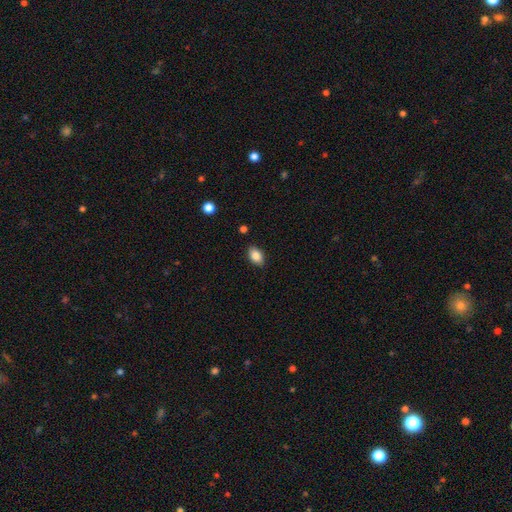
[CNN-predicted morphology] The model was most divided on "merging": none: 85%, minor disturbance: 11%, major disturbance: 2%, merger: 1%. More confident: how rounded — in between (88%); smooth or featured — smooth (86%).